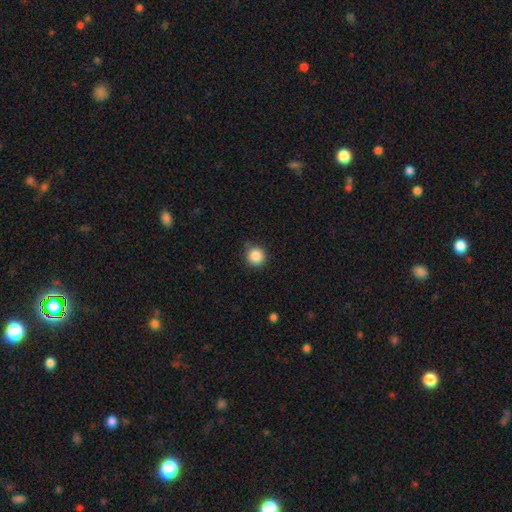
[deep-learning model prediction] This appears to be a smooth galaxy with no disk features (86%) that is round (95%). Merging: none (84%).